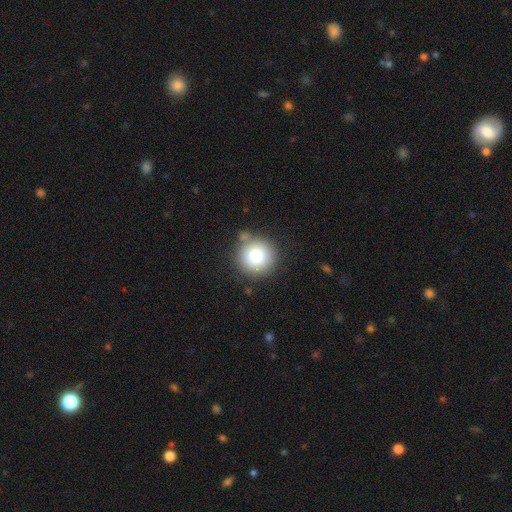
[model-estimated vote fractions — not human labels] Smooth or featured: smooth — 78% (featured or disk — 12%)
How rounded: round — 95% (in between — 4%)
Merging: none — 80% (minor disturbance — 10%)